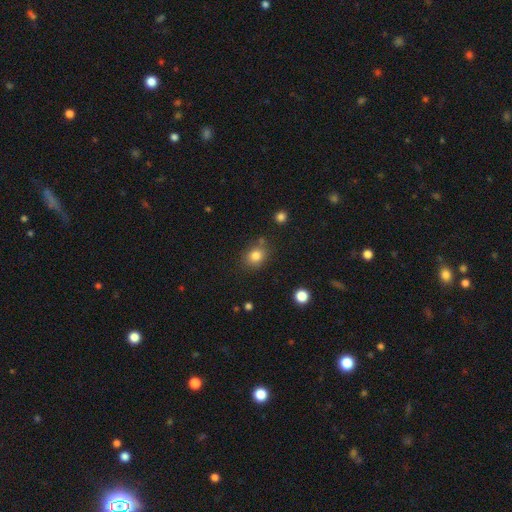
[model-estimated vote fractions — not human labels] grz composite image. It shows a smooth galaxy with no disk features (82%) that is round (58%). Merging: none (74%).